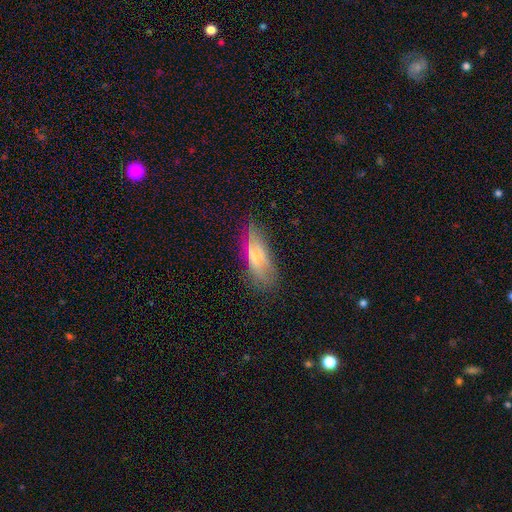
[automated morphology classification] Overall: smooth (65%). How rounded: in between (71%). Merging: none (67%).